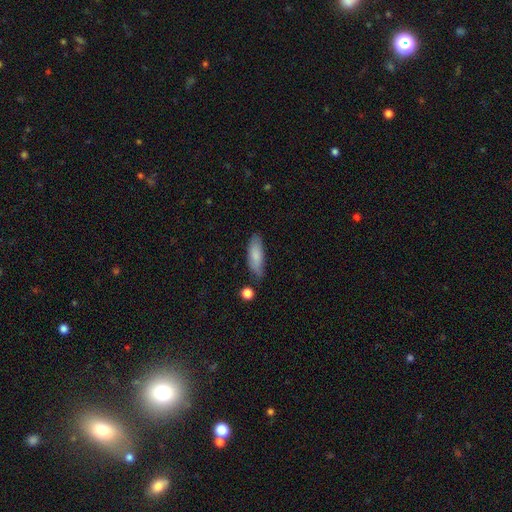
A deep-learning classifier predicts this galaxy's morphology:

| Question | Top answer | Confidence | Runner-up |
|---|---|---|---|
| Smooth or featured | smooth | 82% | featured or disk (12%) |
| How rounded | in between | 64% | cigar-shaped (34%) |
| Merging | none | 69% | minor disturbance (22%) |